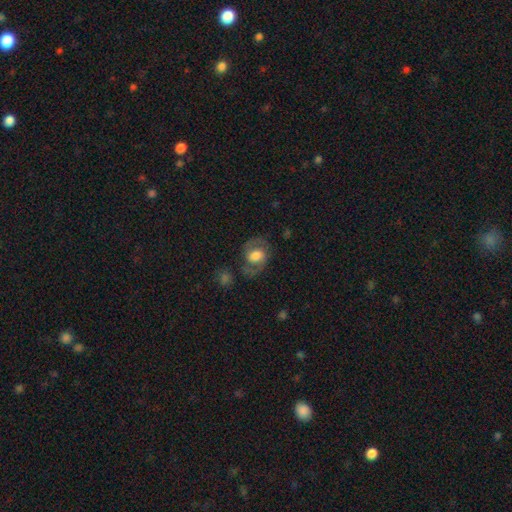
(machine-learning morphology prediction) This is possibly a featured or disk galaxy (54%). It is clearly not viewed edge-on (95%). Bar: possibly no (57%). Spiral arm pattern: likely yes (67%). Central bulge: possibly large (52%). Merging: likely none (65%).